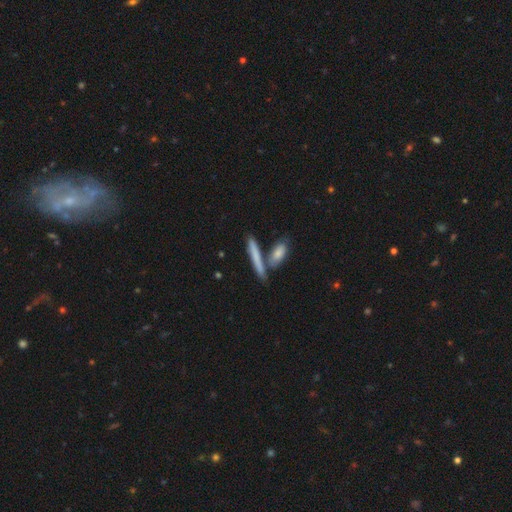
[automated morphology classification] The model was most divided on "merging": none: 65%, merger: 21%, minor disturbance: 11%, major disturbance: 4%. More confident: how rounded — cigar-shaped (85%); smooth or featured — smooth (70%).